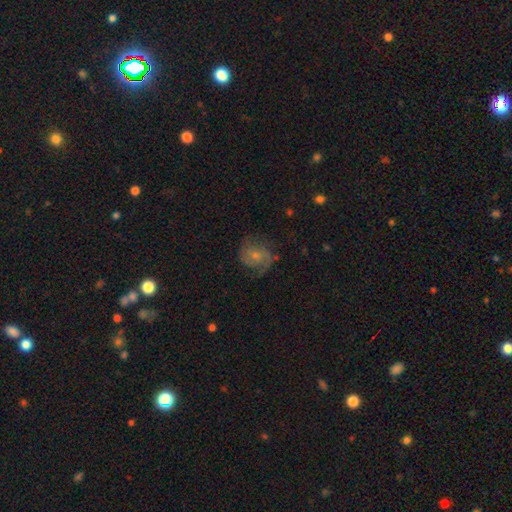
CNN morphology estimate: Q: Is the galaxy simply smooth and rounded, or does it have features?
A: featured or disk — 70%.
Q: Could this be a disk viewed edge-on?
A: no — 98%.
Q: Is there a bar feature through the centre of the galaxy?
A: no — 68%.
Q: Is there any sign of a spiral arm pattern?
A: yes — 92%.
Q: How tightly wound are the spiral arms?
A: medium — 46%.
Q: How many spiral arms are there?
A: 2 — 73%.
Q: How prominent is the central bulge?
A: small — 60%.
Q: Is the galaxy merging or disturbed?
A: none — 64%.